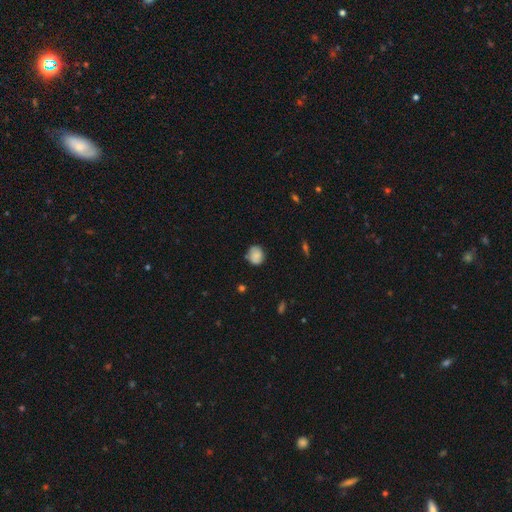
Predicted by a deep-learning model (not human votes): Q: Smooth or featured?
A: smooth (81%); runner-up: featured or disk (11%)
Q: How rounded?
A: round (75%); runner-up: in between (24%)
Q: Merging?
A: none (70%); runner-up: minor disturbance (23%)